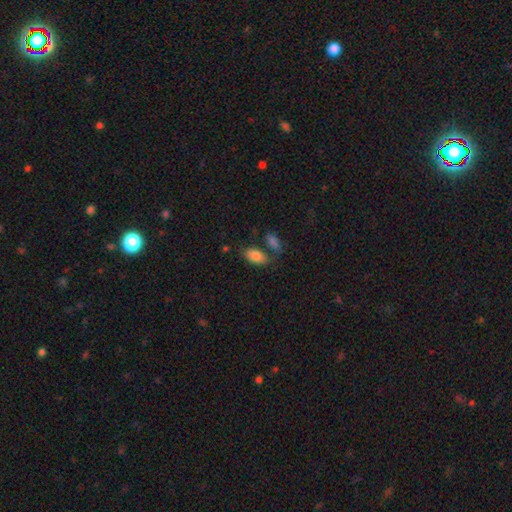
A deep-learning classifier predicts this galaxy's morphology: Q: Smooth or featured?
A: smooth (84%); runner-up: featured or disk (9%)
Q: How rounded?
A: in between (92%); runner-up: cigar-shaped (5%)
Q: Merging?
A: none (57%); runner-up: merger (20%)